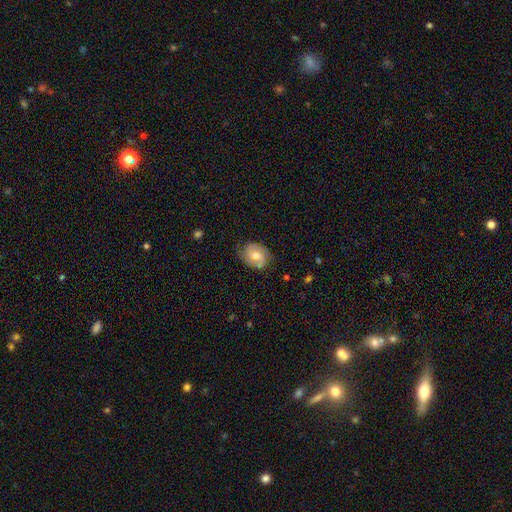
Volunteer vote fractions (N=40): A smooth galaxy with no disk features (62%) that is round (56%).

Vote fractions:
- Smooth or featured? smooth: 62% / featured or disk: 28% / star or artifact: 10%
- How rounded? round: 56% / in between: 44% / cigar-shaped: 0%
- Merging? none: 72% / minor disturbance: 14% / major disturbance: 8% / merger: 6%